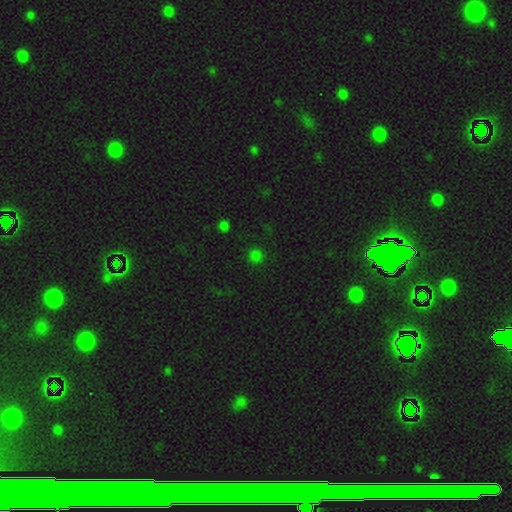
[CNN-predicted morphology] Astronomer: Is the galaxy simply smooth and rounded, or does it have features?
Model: smooth — 69%.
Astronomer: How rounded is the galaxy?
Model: round — 92%.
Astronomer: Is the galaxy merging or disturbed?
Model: none — 88%.